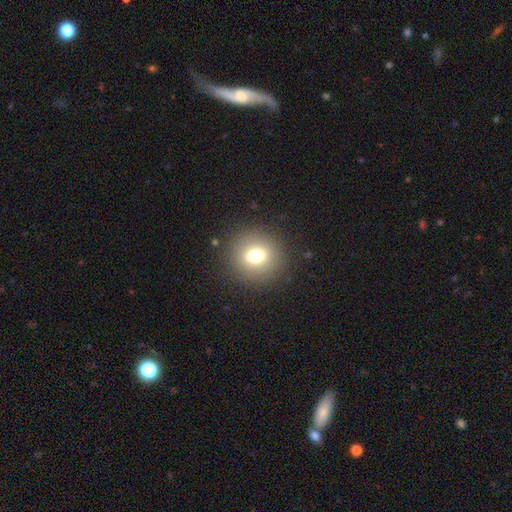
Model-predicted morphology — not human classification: This is likely a smooth galaxy (72%). How rounded: clearly round (89%). Merging: clearly none (89%).